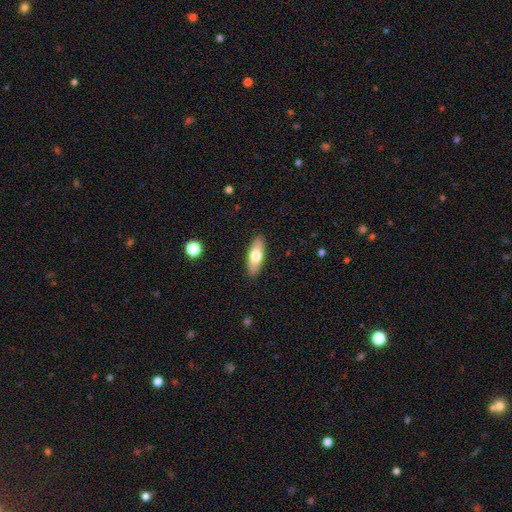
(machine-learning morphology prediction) Q: Smooth or featured?
A: smooth (68%); runner-up: featured or disk (26%)
Q: How rounded?
A: in between (67%); runner-up: cigar-shaped (30%)
Q: Merging?
A: none (89%); runner-up: minor disturbance (8%)